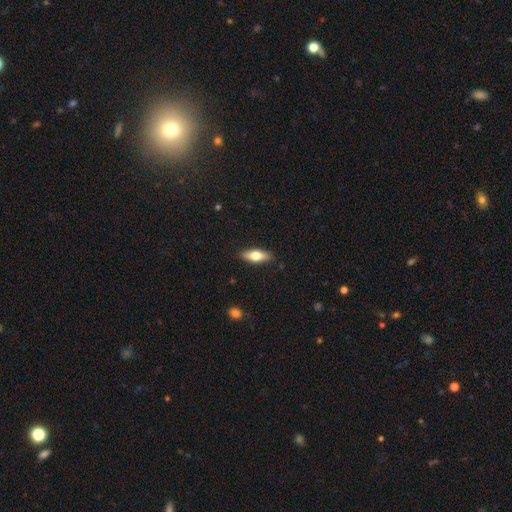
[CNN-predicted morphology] This is likely a smooth galaxy (61%). How rounded: likely in between (63%). Merging: clearly none (88%).